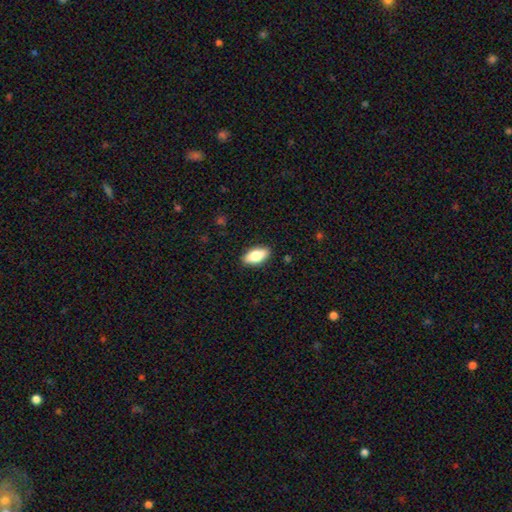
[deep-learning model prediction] A smooth galaxy with no disk features (77%) that is in between round and cigar-shaped (88%).

Vote fractions:
- Smooth or featured? smooth: 77% / featured or disk: 16% / star or artifact: 7%
- How rounded? in between: 88% / cigar-shaped: 9% / round: 3%
- Merging? none: 88% / minor disturbance: 9% / major disturbance: 2% / merger: 1%